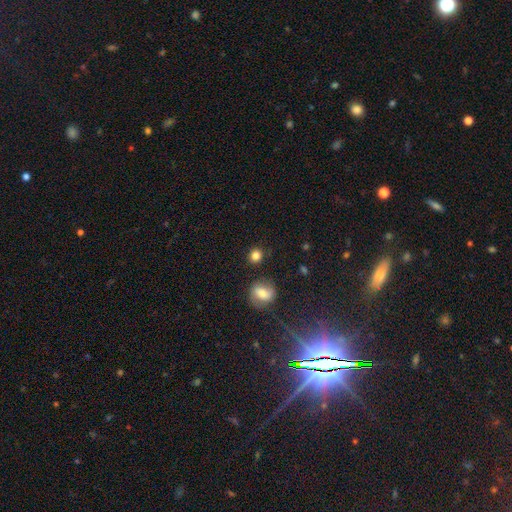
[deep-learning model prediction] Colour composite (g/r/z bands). It shows a smooth galaxy with no disk features (83%) that is round (84%). Merging: none (83%).